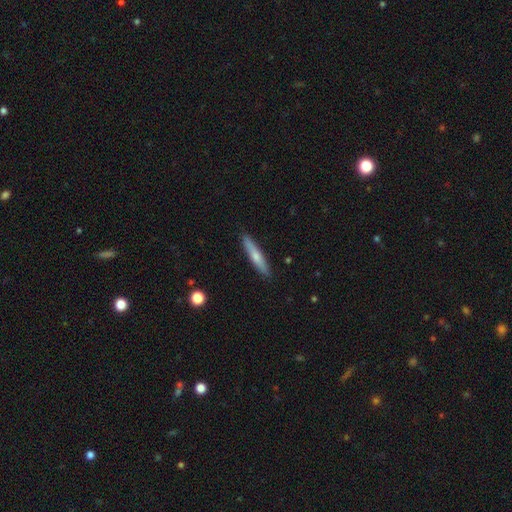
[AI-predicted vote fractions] Smooth or featured: smooth — 57% (featured or disk — 37%)
How rounded: cigar-shaped — 91% (in between — 7%)
Merging: none — 90% (minor disturbance — 8%)